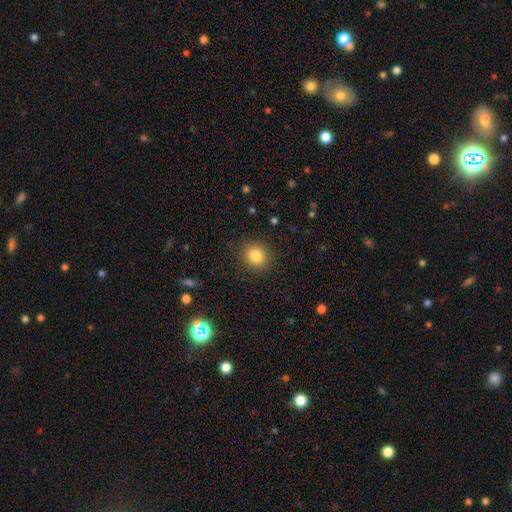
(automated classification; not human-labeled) Smooth or featured? Predicted: smooth (p=0.84). How rounded? Predicted: round (p=0.77). Merging? Predicted: none (p=0.88).